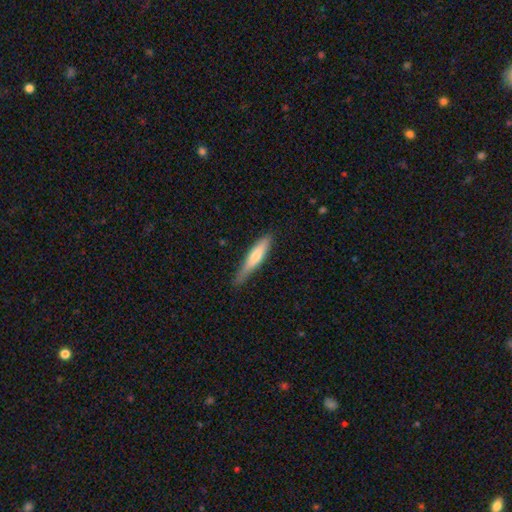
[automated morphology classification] Smooth or featured?
  - smooth: 61% *
  - featured or disk: 33%
  - star or artifact: 6%
How rounded?
  - cigar-shaped: 88% *
  - in between: 11%
  - round: 1%
Merging?
  - none: 74% *
  - minor disturbance: 21%
  - major disturbance: 3%
  - merger: 1%